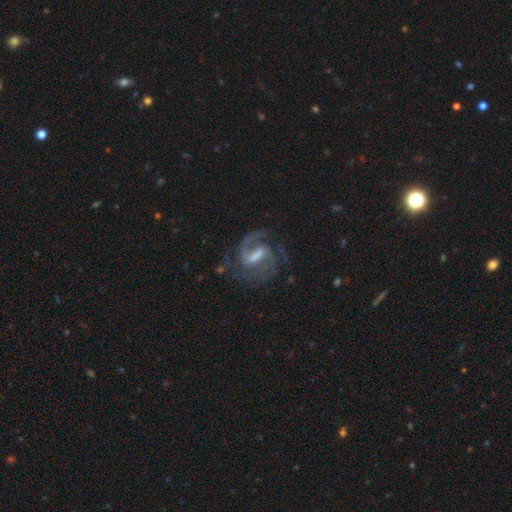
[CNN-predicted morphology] smooth_or_featured: featured or disk (p=0.88) [alt: smooth p=0.06]
disk_edge_on: no (p=0.97) [alt: yes p=0.03]
bar: strong (p=0.48) [alt: weak p=0.42]
has_spiral_arms: yes (p=0.97) [alt: no p=0.03]
spiral_winding: medium (p=0.54) [alt: tight p=0.32]
spiral_arm_count: 2 (p=0.71) [alt: 3 p=0.12]
bulge_size: moderate (p=0.37) [alt: small p=0.31]
merging: none (p=0.68) [alt: minor disturbance p=0.17]